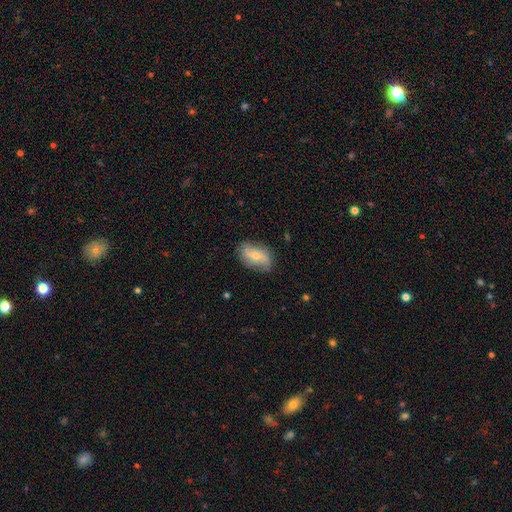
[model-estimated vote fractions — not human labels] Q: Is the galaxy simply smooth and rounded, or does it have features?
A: featured or disk — 57%.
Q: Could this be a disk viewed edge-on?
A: no — 92%.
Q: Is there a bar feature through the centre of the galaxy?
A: no — 55%.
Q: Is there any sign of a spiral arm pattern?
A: yes — 81%.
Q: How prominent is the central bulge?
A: small — 48%, tied with moderate.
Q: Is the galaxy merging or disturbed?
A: none — 77%.